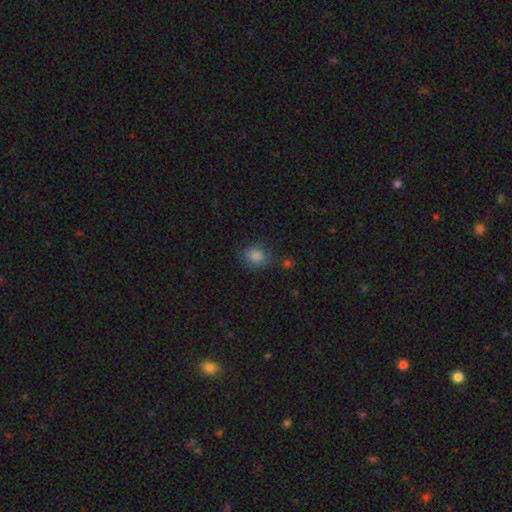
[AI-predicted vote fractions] A smooth galaxy with no disk features (83%) that is round (64%). Merging: none (75%).